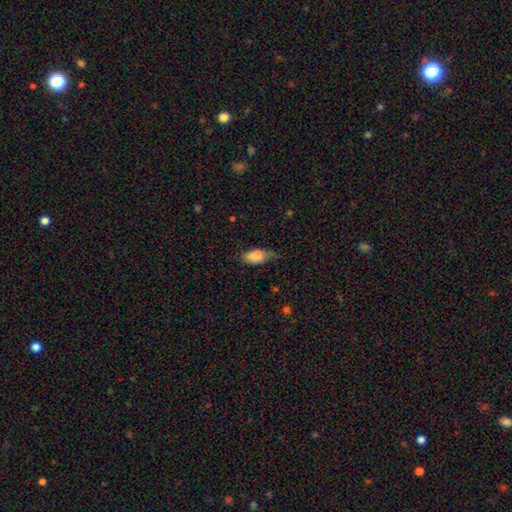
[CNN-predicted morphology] smooth_or_featured: smooth (p=0.79) [alt: featured or disk p=0.13]
how_rounded: in between (p=0.89) [alt: cigar-shaped p=0.08]
merging: minor disturbance (p=0.42) [alt: none p=0.35]